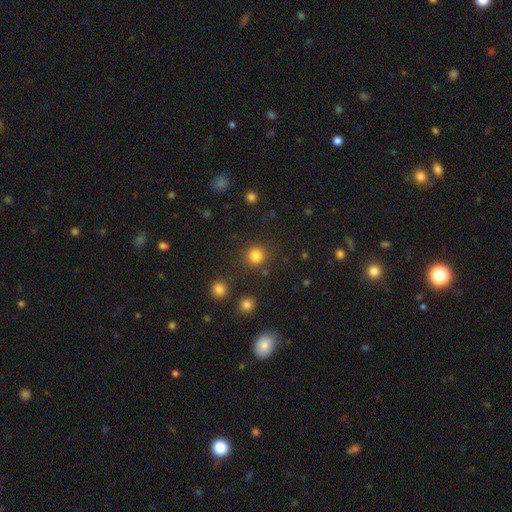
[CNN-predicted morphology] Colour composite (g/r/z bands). It shows a smooth galaxy with no disk features (83%) that is round (92%). Merging: none (86%).